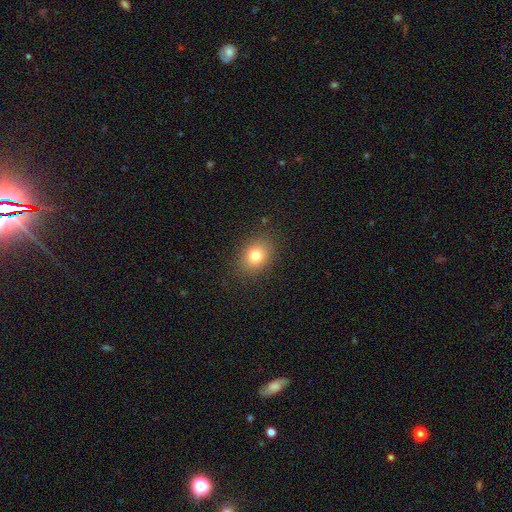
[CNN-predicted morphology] type=smooth (79%); roundness=round (50%); merging=none (87%).